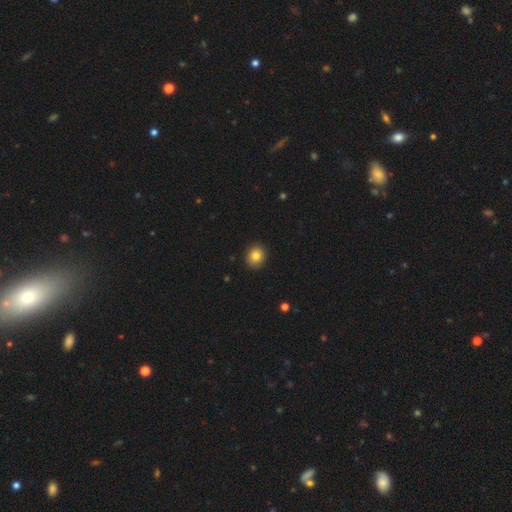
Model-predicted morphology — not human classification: type=smooth (83%); roundness=round (78%); merging=none (91%).